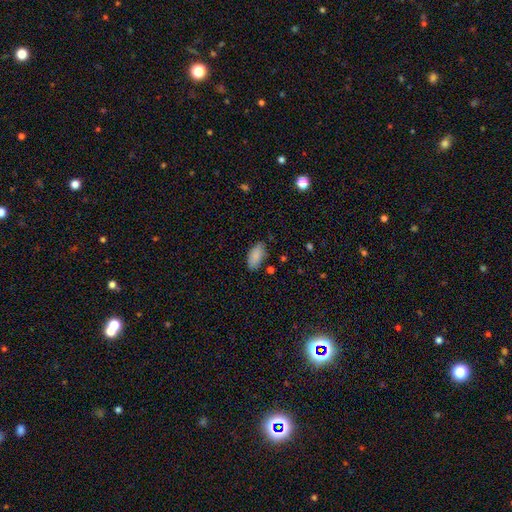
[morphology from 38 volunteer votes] Smooth or featured? 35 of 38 (92%) said smooth. How rounded? 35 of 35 (100%) said in between. Merging? 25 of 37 (68%) said none.